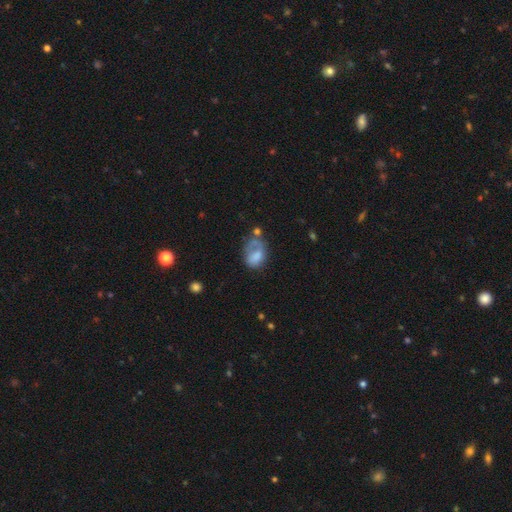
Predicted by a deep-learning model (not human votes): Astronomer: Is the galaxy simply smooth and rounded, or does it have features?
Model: smooth — 61%.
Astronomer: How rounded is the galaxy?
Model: in between — 77%.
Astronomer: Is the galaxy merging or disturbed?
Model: major disturbance — 32% (runner-up: none, 30%).